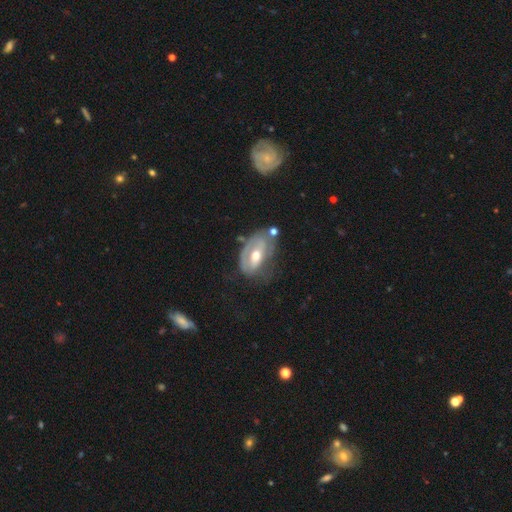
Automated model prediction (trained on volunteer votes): smooth-or-featured: featured or disk: 69% | smooth: 25% | star or artifact: 6%
  disk-edge-on: no: 92% | yes: 8%
    bar: no: 40% | weak: 37% | strong: 24%
    has-spiral-arms: yes: 61% | no: 39%
    bulge-size: moderate: 72% | small: 20% | large: 6% | none: 1% | dominant: 1%
  merging: none: 44% | minor disturbance: 28% | major disturbance: 20% | merger: 7%